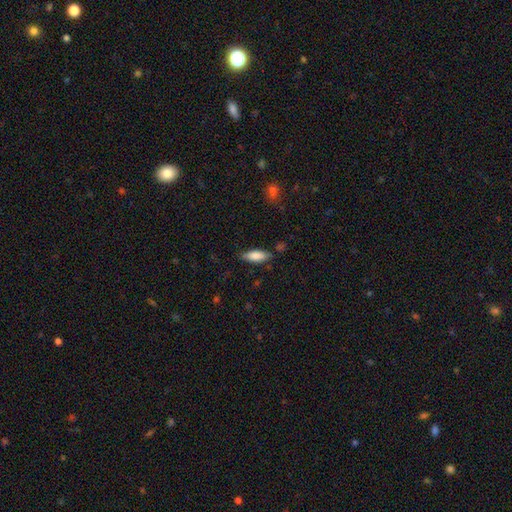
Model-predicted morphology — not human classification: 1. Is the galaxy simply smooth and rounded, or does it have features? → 83% smooth, 11% featured or disk, 6% star or artifact.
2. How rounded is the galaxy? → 67% in between, 31% cigar-shaped, 2% round.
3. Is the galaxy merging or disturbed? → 78% none, 16% minor disturbance, 3% major disturbance, 3% merger.